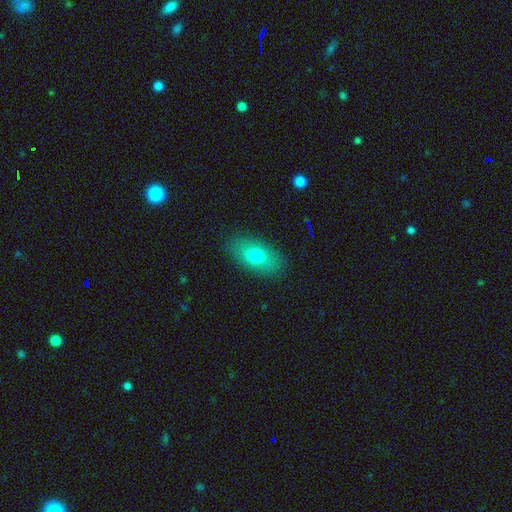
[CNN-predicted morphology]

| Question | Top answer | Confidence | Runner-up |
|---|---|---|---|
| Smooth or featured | smooth | 75% | featured or disk (16%) |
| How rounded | in between | 88% | round (8%) |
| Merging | none | 85% | minor disturbance (11%) |